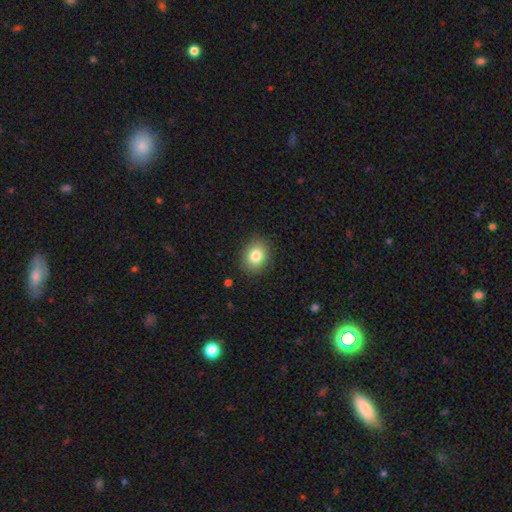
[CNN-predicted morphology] Smooth or featured: smooth — 82% (star or artifact — 10%)
How rounded: round — 53% (in between — 46%)
Merging: none — 88% (minor disturbance — 8%)